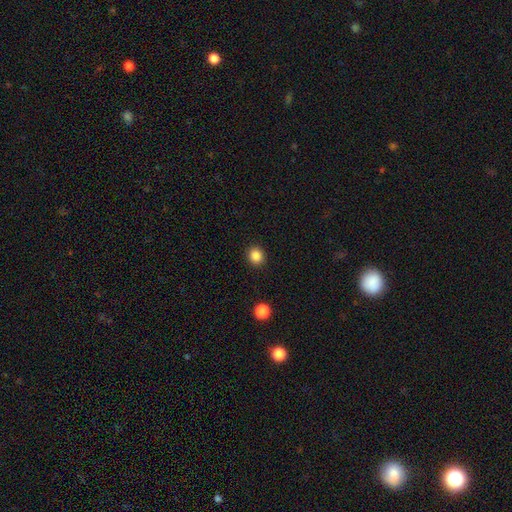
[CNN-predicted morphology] This is clearly a smooth galaxy (85%). How rounded: clearly round (80%). Merging: clearly none (92%).